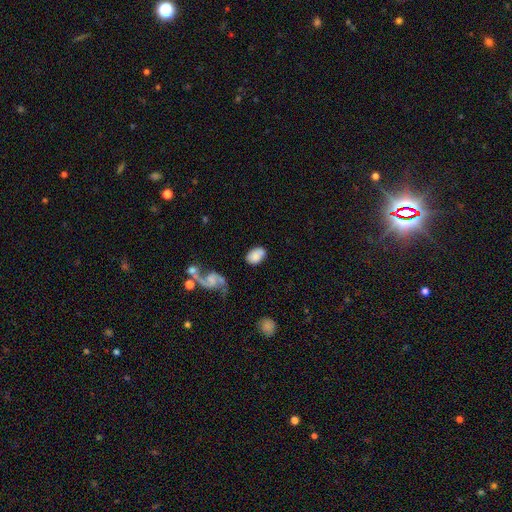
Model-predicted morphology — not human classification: This is likely a smooth galaxy (72%). How rounded: clearly in between (85%). Merging: likely none (63%).